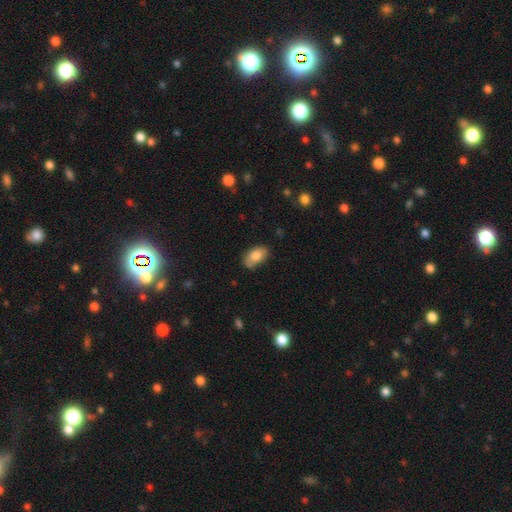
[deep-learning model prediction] Morphology: type=smooth (81%); roundness=in between (92%); merging=none (70%).